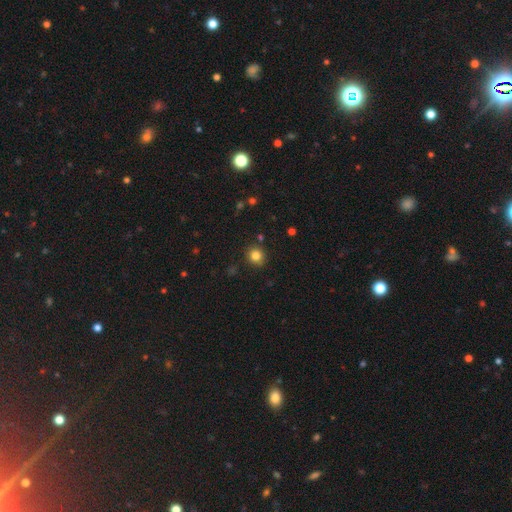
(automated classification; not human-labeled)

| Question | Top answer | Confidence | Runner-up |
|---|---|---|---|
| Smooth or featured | smooth | 83% | star or artifact (12%) |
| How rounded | round | 89% | in between (10%) |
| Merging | none | 89% | minor disturbance (7%) |